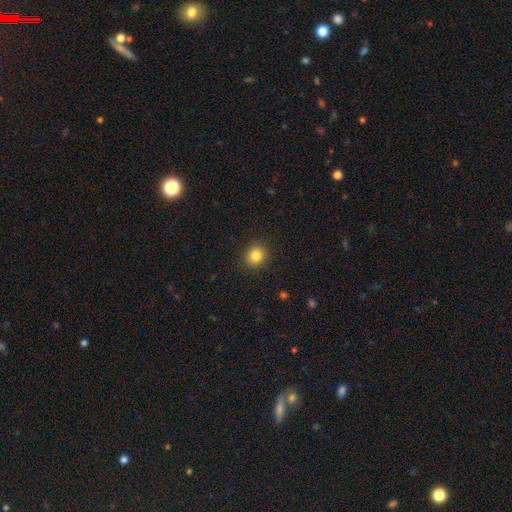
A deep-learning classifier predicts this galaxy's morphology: This is clearly a smooth galaxy (83%). How rounded: clearly round (86%). Merging: clearly none (91%).